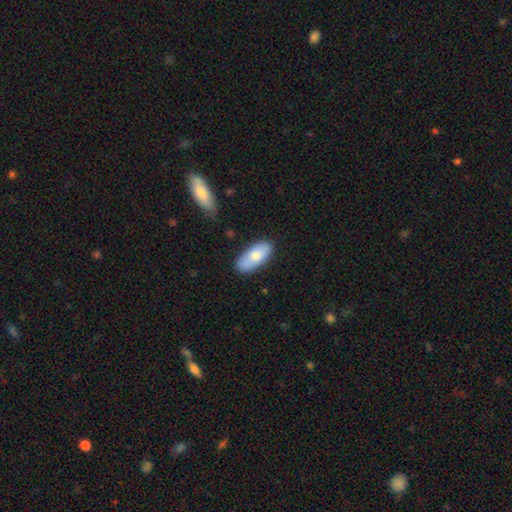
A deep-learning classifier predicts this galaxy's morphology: This appears to be a smooth galaxy with no disk features (71%) that is in between round and cigar-shaped (88%). Merging: none (80%).